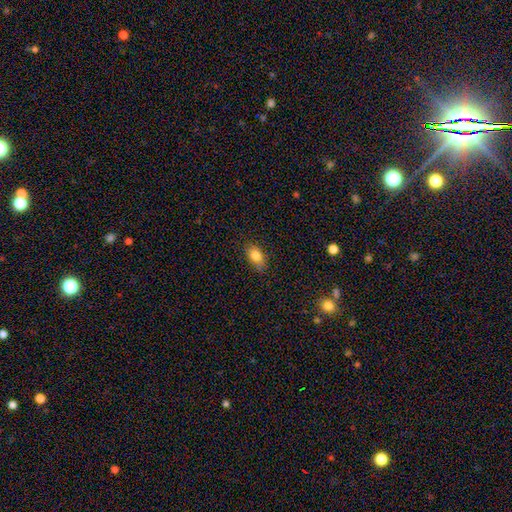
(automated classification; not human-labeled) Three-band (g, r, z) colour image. It shows a smooth galaxy with no disk features (83%) that is in between round and cigar-shaped (86%). Merging: none (80%).